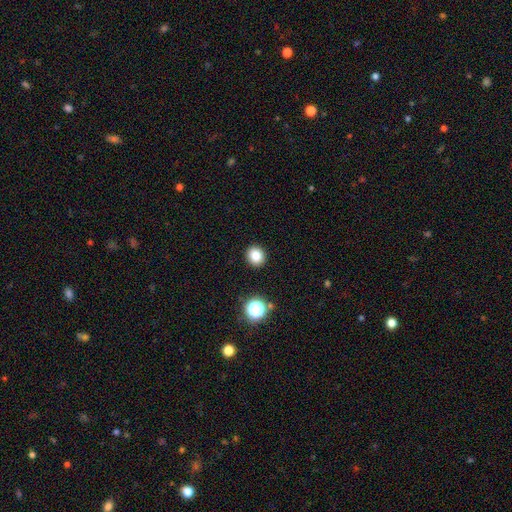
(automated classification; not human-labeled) A smooth galaxy with no disk features (81%) that is round (83%). Merging: none (91%).